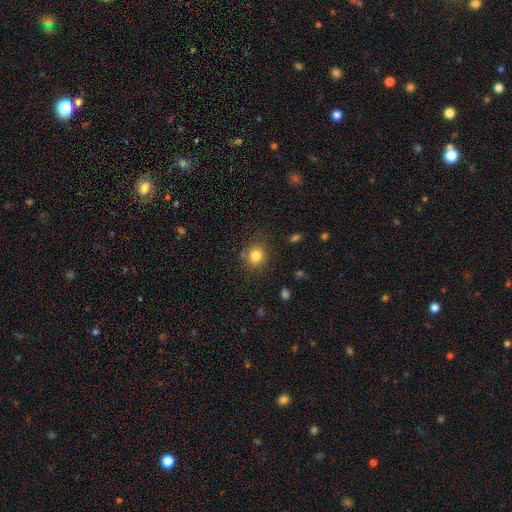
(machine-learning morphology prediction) This appears to be a smooth galaxy with no disk features (82%) that is round (81%). Merging: none (79%).